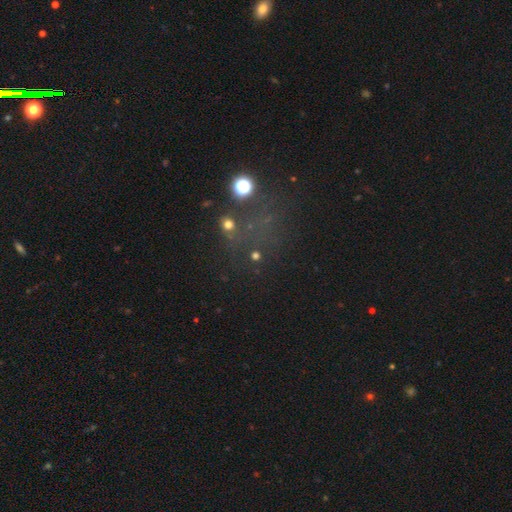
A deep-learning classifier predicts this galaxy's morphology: A smooth galaxy with no disk features (46%). Merging: none (65%).